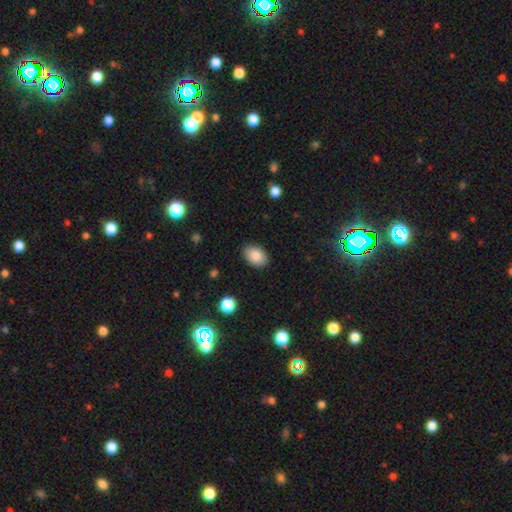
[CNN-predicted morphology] Smooth or featured?
  - smooth: 87% *
  - star or artifact: 8%
  - featured or disk: 6%
How rounded?
  - in between: 83% *
  - round: 16%
  - cigar-shaped: 1%
Merging?
  - none: 87% *
  - minor disturbance: 9%
  - major disturbance: 2%
  - merger: 1%